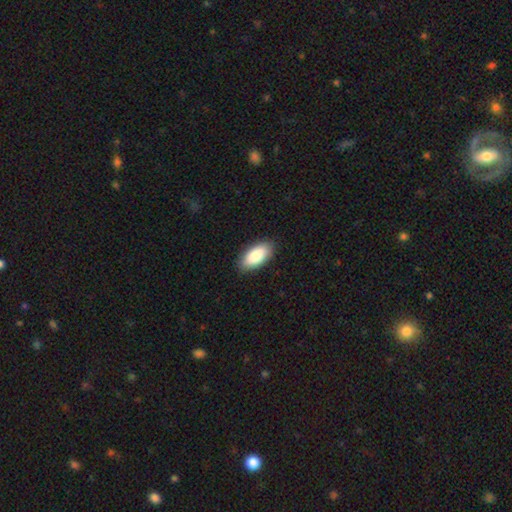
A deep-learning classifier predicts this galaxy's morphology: This is clearly a smooth galaxy (87%). How rounded: clearly in between (92%). Merging: clearly none (88%).